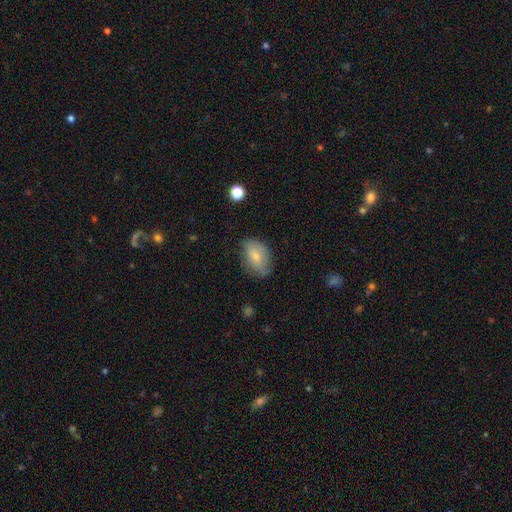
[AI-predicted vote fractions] Q: Smooth or featured?
A: smooth (73%); runner-up: featured or disk (20%)
Q: How rounded?
A: in between (86%); runner-up: round (12%)
Q: Merging?
A: none (63%); runner-up: minor disturbance (28%)